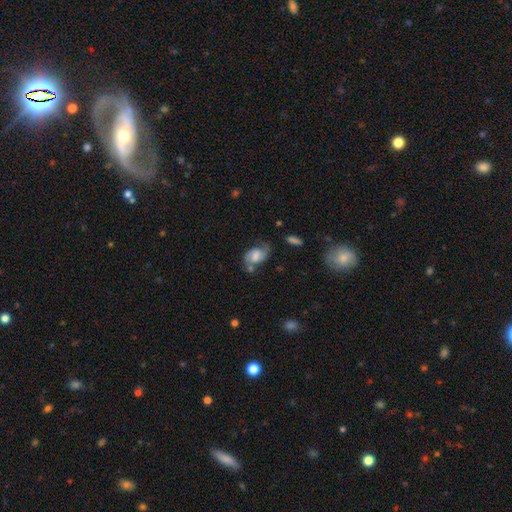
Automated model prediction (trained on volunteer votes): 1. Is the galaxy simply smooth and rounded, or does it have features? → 47% smooth, 44% featured or disk, 9% star or artifact.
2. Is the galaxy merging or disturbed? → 43% none, 28% minor disturbance, 15% major disturbance, 14% merger.